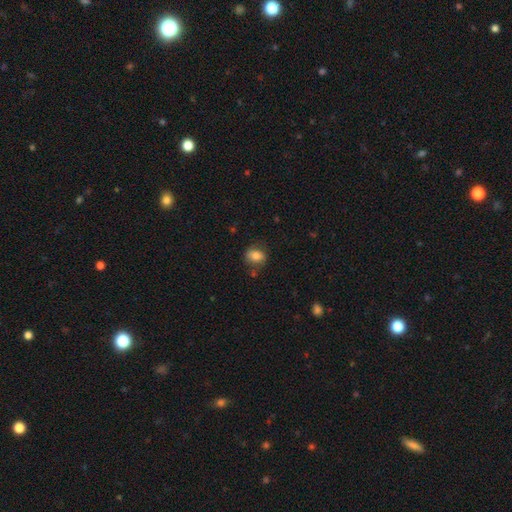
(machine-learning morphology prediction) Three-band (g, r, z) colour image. It shows a smooth galaxy with no disk features (74%) that is in between round and cigar-shaped (62%). Merging: none (69%).